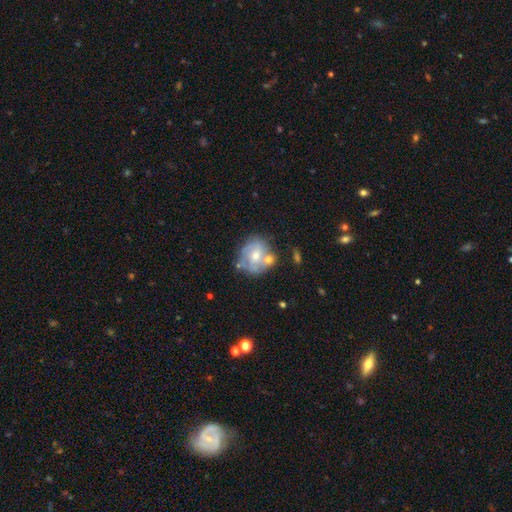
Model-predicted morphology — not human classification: This is possibly a featured or disk galaxy (56%). It is clearly not viewed edge-on (97%). Bar: likely no (66%). Spiral arm pattern: possibly yes (57%). Central bulge: possibly moderate (58%). Merging: possibly none (48%).